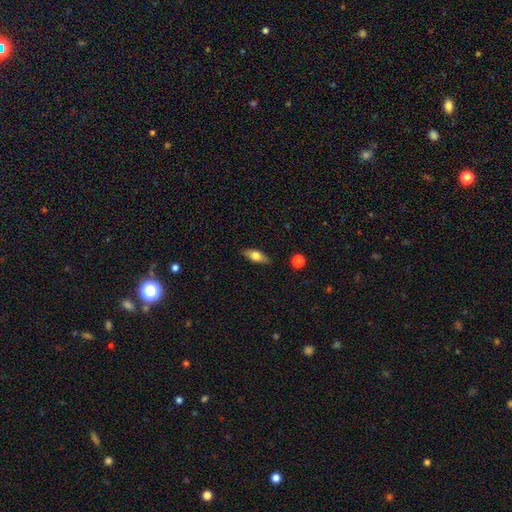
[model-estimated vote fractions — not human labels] Morphology: type=smooth (65%); roundness=in between (72%); merging=none (85%).